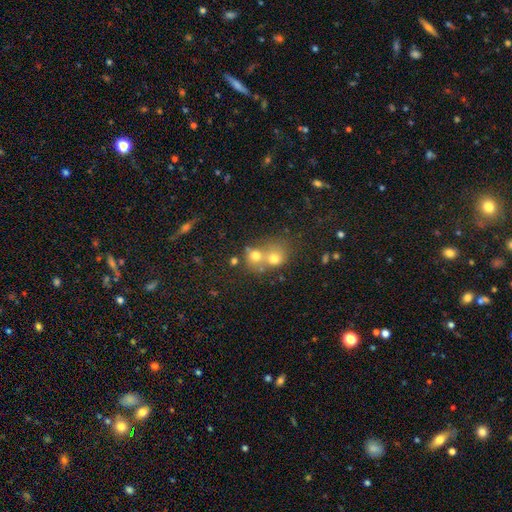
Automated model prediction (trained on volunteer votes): Smooth or featured? smooth (70%)
How rounded? round (75%)
Merging? merger (62%)